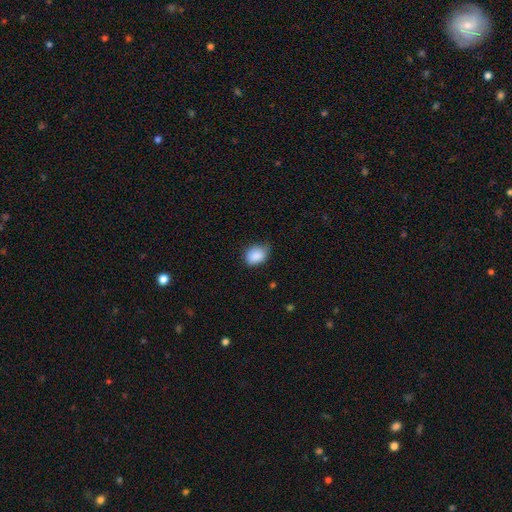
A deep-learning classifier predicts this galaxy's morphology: This is clearly a smooth galaxy (87%). How rounded: possibly in between (58%). Merging: likely none (60%).